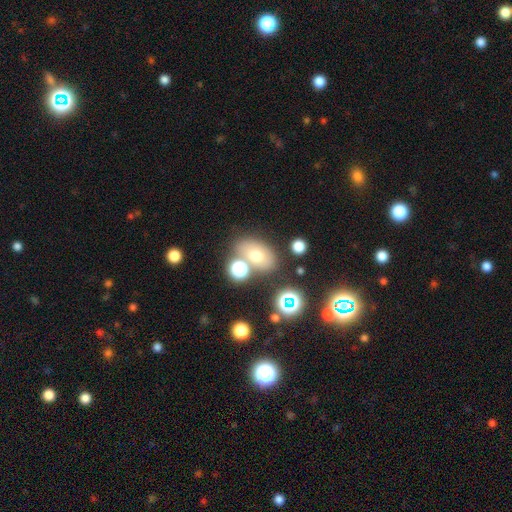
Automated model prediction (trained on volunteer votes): This appears to be a smooth galaxy with no disk features (63%) that is in between round and cigar-shaped (74%). Merging: none (66%).